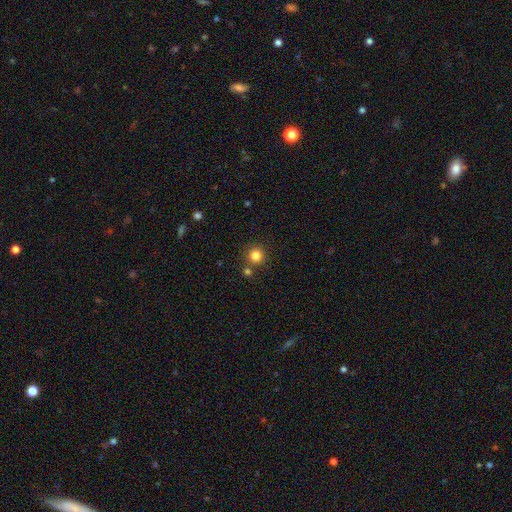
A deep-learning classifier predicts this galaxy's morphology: Smooth or featured? Predicted: smooth (p=0.82). How rounded? Predicted: round (p=0.94). Merging? Predicted: none (p=0.81).